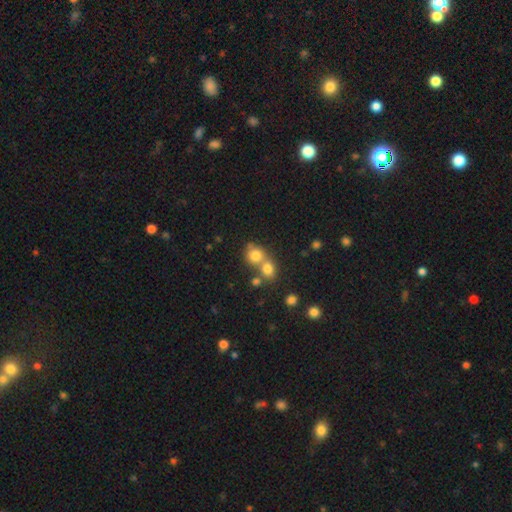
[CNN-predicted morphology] Smooth or featured?
  - smooth: 76% *
  - star or artifact: 13%
  - featured or disk: 11%
How rounded?
  - round: 79% *
  - in between: 20%
  - cigar-shaped: 1%
Merging?
  - merger: 53% *
  - none: 37%
  - minor disturbance: 7%
  - major disturbance: 3%